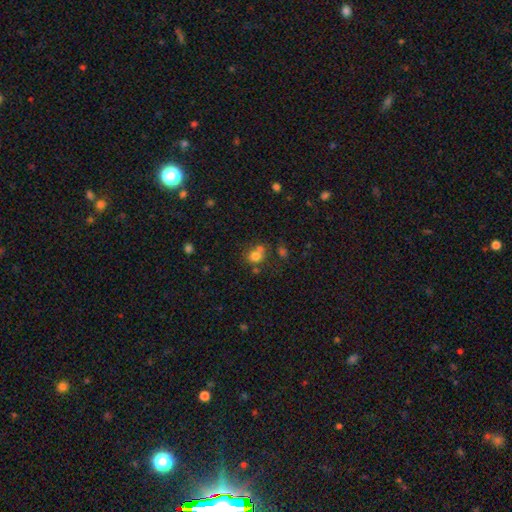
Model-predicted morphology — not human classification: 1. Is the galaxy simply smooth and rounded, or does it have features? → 74% smooth, 14% star or artifact, 12% featured or disk.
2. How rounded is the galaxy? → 64% round, 35% in between, 1% cigar-shaped.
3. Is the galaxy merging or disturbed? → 43% none, 36% merger, 14% minor disturbance, 7% major disturbance.